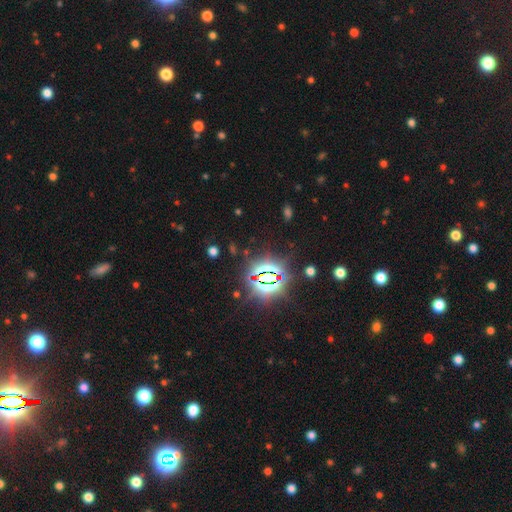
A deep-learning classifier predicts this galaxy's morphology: smooth_or_featured: star or artifact (p=0.82) [alt: smooth p=0.11]